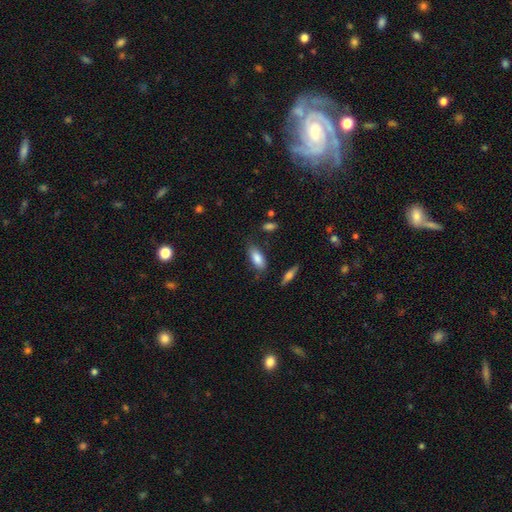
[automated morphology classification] type=smooth (83%); roundness=in between (81%); merging=none (75%).